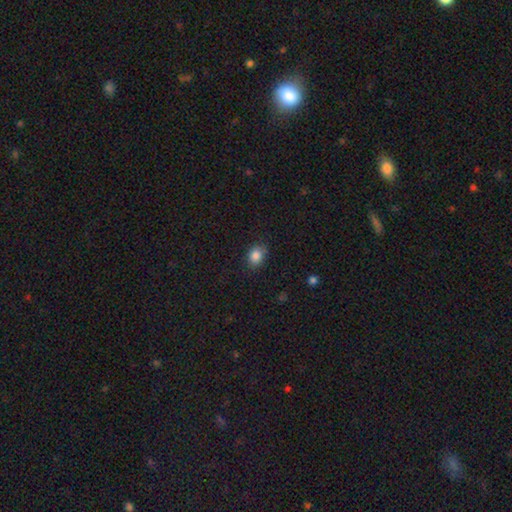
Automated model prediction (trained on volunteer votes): smooth-or-featured: smooth: 85% | star or artifact: 10% | featured or disk: 5%
  how-rounded: round: 50% | in between: 49% | cigar-shaped: 1%
  merging: none: 80% | minor disturbance: 15% | major disturbance: 3% | merger: 1%